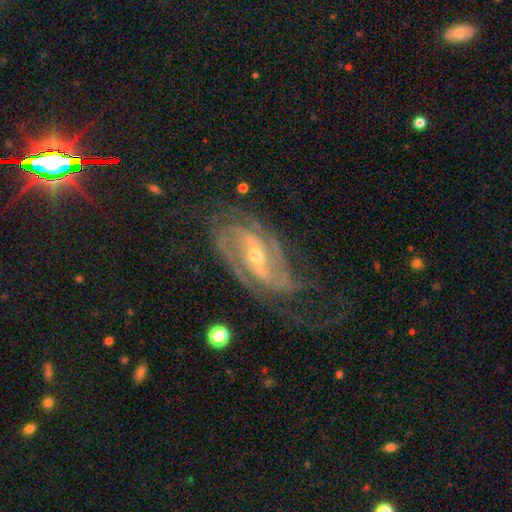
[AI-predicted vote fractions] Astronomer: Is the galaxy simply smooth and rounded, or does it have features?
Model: featured or disk — 90%.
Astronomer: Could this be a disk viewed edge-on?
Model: no — 95%.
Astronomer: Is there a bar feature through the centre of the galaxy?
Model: strong — 43% (runner-up: weak, 36%).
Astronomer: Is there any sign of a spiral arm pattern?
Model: yes — 97%.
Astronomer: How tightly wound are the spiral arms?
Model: tight — 47% (runner-up: medium, 41%).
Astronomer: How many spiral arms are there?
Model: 2 — 60%.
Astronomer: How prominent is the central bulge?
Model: small — 57% (runner-up: moderate, 40%).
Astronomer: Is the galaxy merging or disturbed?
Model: none — 64%.